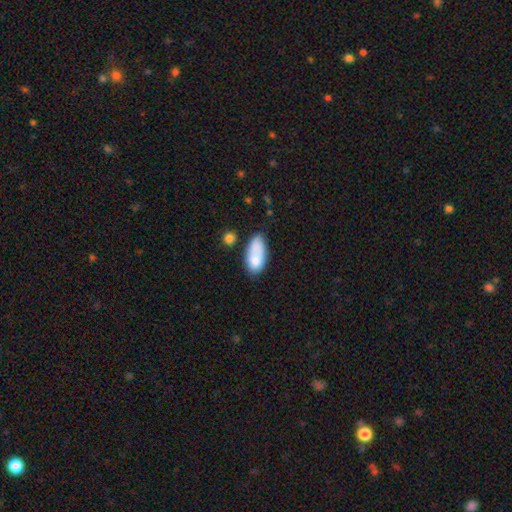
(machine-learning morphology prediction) Smooth or featured? Predicted: smooth (p=0.77). How rounded? Predicted: in between (p=0.90). Merging? Predicted: none (p=0.41).